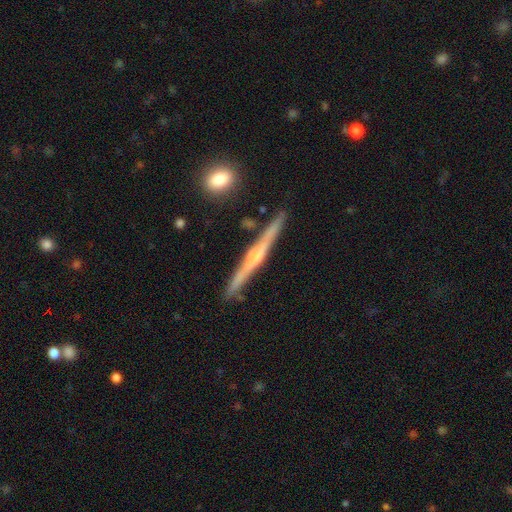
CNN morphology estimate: Overall: featured or disk (73%). Edge-on disk: yes (98%). Edge-on bulge: rounded (56%; none 29%). Merging: none (87%).